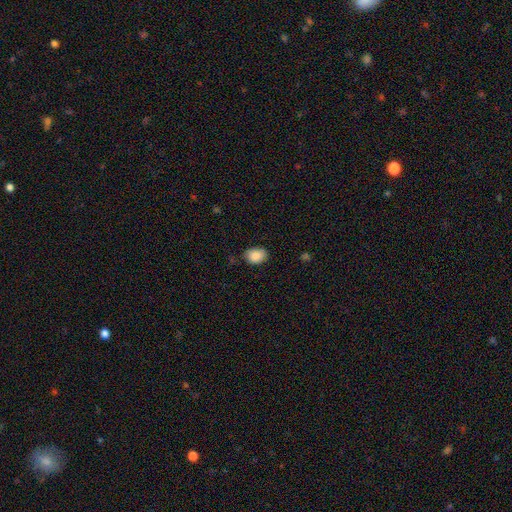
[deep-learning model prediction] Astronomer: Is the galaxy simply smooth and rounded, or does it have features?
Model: smooth — 88%.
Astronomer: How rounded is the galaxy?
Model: in between — 71%.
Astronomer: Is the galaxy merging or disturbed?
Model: none — 77%.